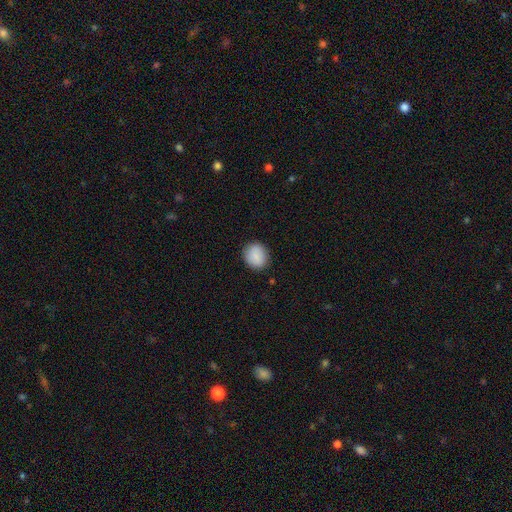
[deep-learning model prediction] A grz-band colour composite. It shows a smooth galaxy with no disk features (88%) that is round (67%). Merging: none (88%).